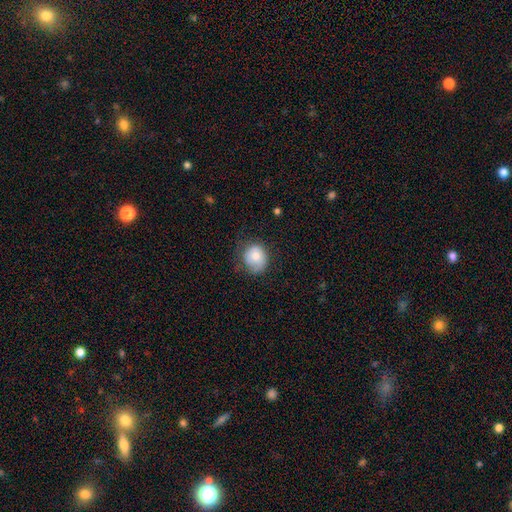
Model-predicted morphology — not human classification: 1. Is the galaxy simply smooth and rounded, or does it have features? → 73% smooth, 19% featured or disk, 8% star or artifact.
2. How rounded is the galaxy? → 72% round, 27% in between, 1% cigar-shaped.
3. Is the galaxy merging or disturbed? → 59% none, 28% minor disturbance, 11% major disturbance, 1% merger.